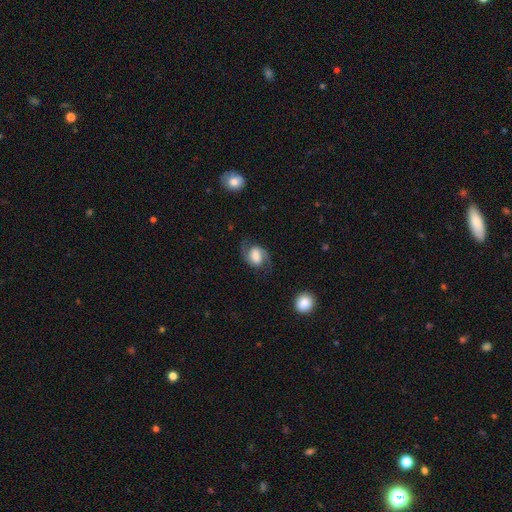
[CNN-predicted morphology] Q: Smooth or featured?
A: featured or disk (76%); runner-up: smooth (17%)
Q: Edge-on disk?
A: no (98%); runner-up: yes (2%)
Q: Bar?
A: weak (43%); runner-up: no (39%)
Q: Spiral arms?
A: yes (95%); runner-up: no (5%)
Q: Spiral winding?
A: medium (51%); runner-up: loose (33%)
Q: Spiral arm count?
A: 2 (93%); runner-up: can't tell (2%)
Q: Bulge size?
A: large (41%); runner-up: moderate (24%)
Q: Merging?
A: none (75%); runner-up: minor disturbance (15%)